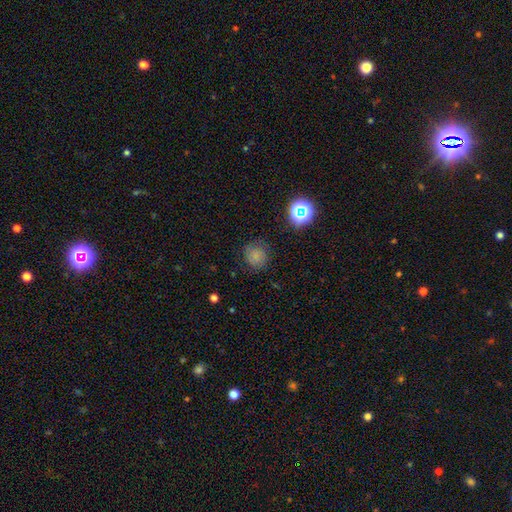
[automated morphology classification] The model was most divided on "smooth or featured": smooth: 72%, star or artifact: 17%, featured or disk: 11%. More confident: how rounded — round (88%); merging — none (77%).